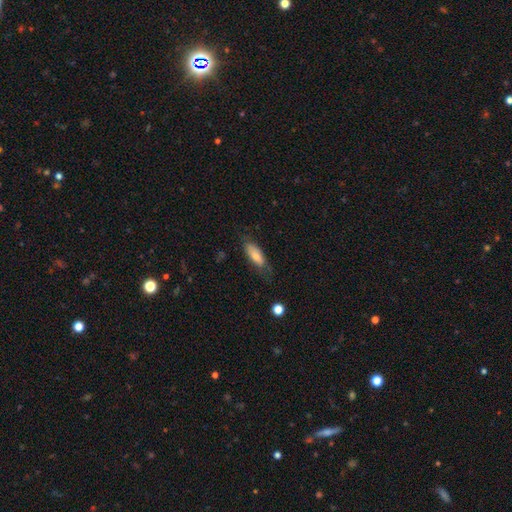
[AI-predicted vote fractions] Q: Smooth or featured?
A: smooth (74%); runner-up: featured or disk (19%)
Q: How rounded?
A: in between (72%); runner-up: cigar-shaped (26%)
Q: Merging?
A: none (62%); runner-up: minor disturbance (27%)